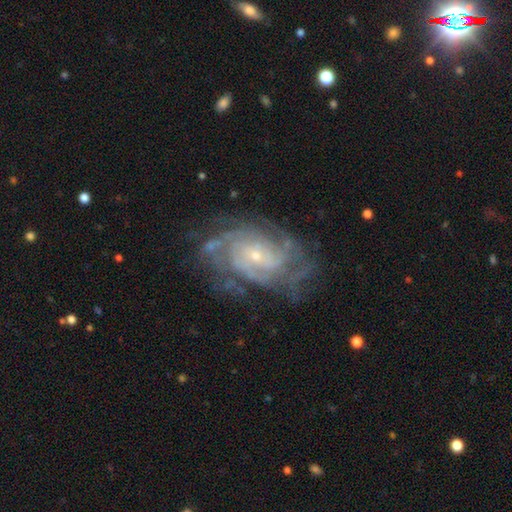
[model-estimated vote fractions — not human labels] This appears to be a featured or disk galaxy (86%) with no bar (68%), tight (65%) spiral arms (94%) and a small central bulge (79%). Merging: none (67%).